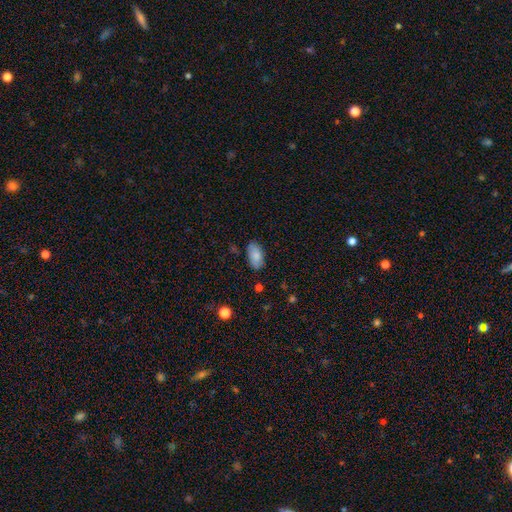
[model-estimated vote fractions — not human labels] Smooth or featured? Predicted: smooth (p=0.83). How rounded? Predicted: in between (p=0.94). Merging? Predicted: none (p=0.82).